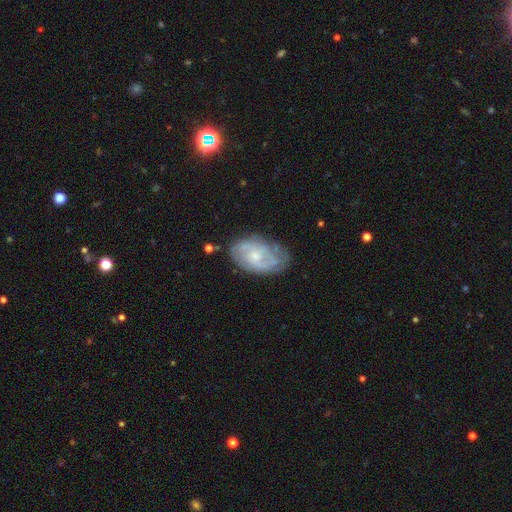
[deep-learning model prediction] This is likely a featured or disk galaxy (65%). It is clearly not viewed edge-on (96%). Bar: likely no (73%). Spiral arm pattern: likely yes (74%). Central bulge: possibly small (56%). Merging: likely none (63%).